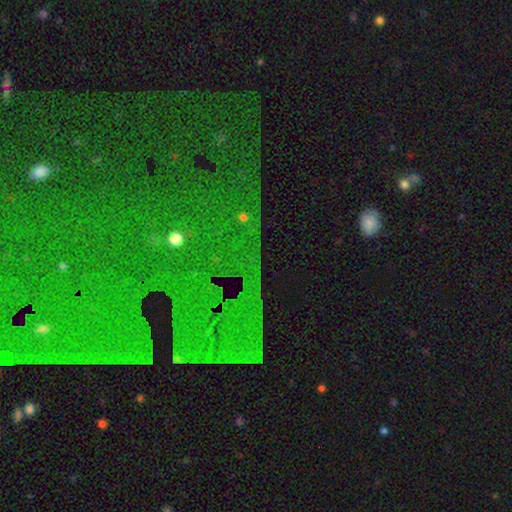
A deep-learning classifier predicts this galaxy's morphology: smooth_or_featured: star or artifact (p=0.79) [alt: featured or disk p=0.11]